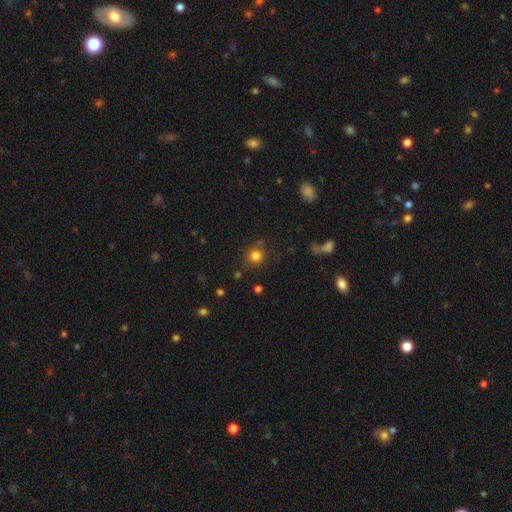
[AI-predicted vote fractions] smooth 80%, star or artifact 14%, featured or disk 6%. Down the decision tree: how rounded — round (90%); merging — none (78%).